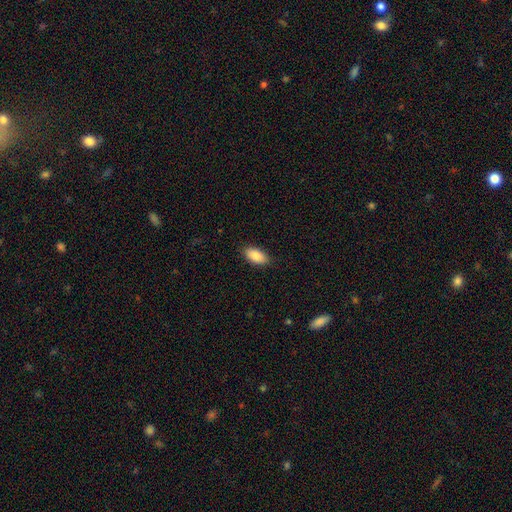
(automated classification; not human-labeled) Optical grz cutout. It shows a smooth galaxy with no disk features (88%) that is in between round and cigar-shaped (92%). Merging: none (87%).